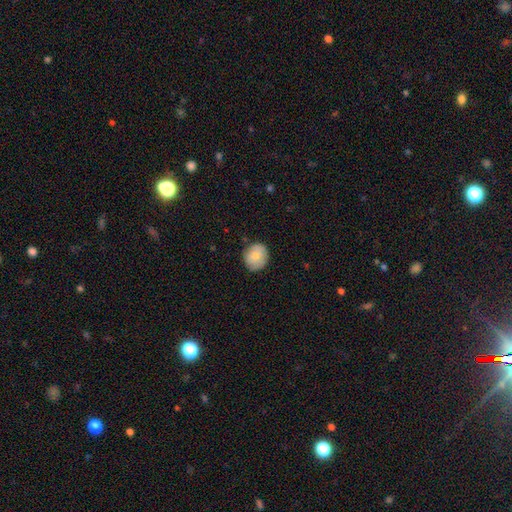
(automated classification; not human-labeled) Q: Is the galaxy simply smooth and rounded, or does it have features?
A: smooth — 77%.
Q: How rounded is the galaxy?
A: round — 77%.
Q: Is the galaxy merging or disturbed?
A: none — 80%.